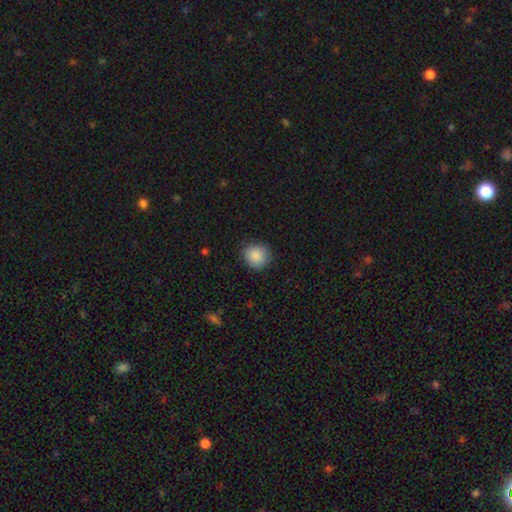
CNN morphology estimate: Q: Smooth or featured?
A: smooth (88%); runner-up: star or artifact (8%)
Q: How rounded?
A: round (87%); runner-up: in between (12%)
Q: Merging?
A: none (86%); runner-up: minor disturbance (11%)